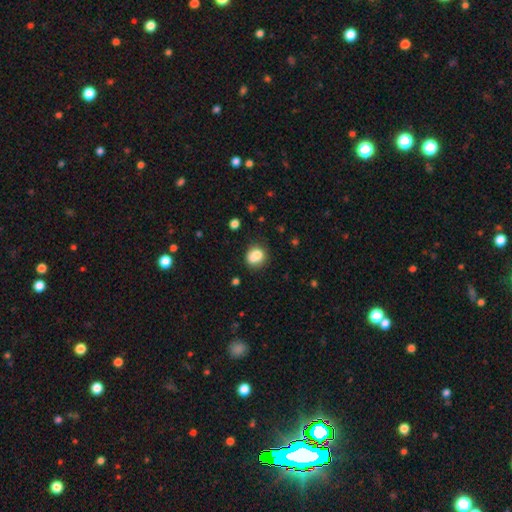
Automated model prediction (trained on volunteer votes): The model was most divided on "how rounded": round: 63%, in between: 36%, cigar-shaped: 1%. More confident: smooth or featured — smooth (79%); merging — none (57%).